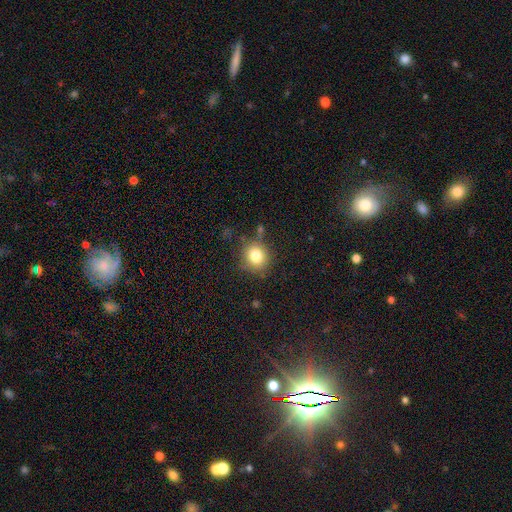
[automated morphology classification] Smooth or featured?
  - smooth: 80% *
  - star or artifact: 12%
  - featured or disk: 8%
How rounded?
  - round: 84% *
  - in between: 15%
  - cigar-shaped: 1%
Merging?
  - none: 79% *
  - minor disturbance: 13%
  - major disturbance: 4%
  - merger: 4%